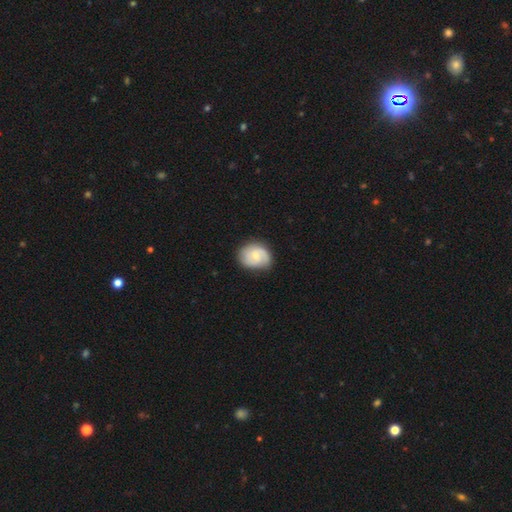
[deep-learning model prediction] Overall: featured or disk (56%; smooth 38%). Edge-on disk: no (97%). Bar: no (66%; weak 31%). Spiral arms: yes (90%). Bulge size: small (51%; moderate 44%). Merging: none (75%).